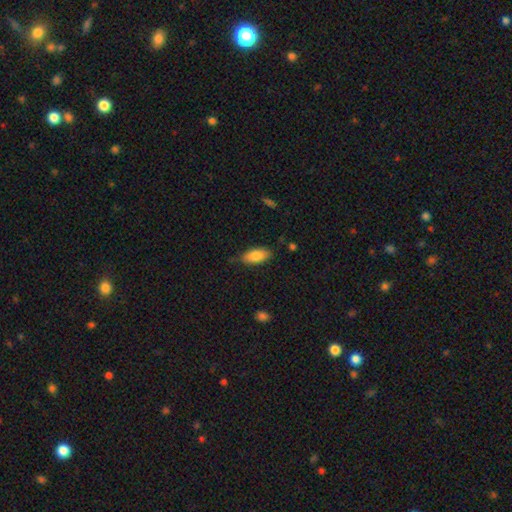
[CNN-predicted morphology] Q: Smooth or featured?
A: smooth (85%); runner-up: featured or disk (9%)
Q: How rounded?
A: in between (88%); runner-up: cigar-shaped (10%)
Q: Merging?
A: none (78%); runner-up: minor disturbance (17%)